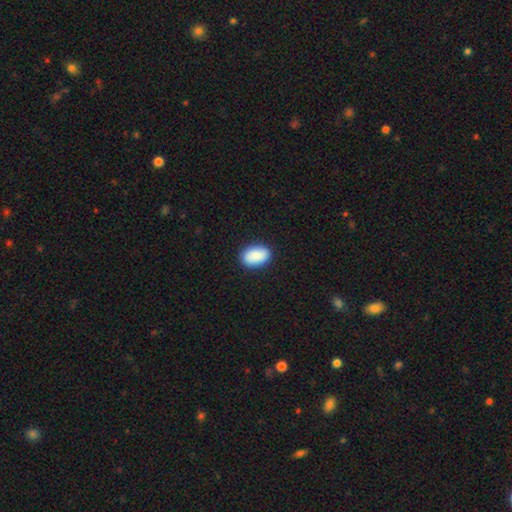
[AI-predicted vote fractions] smooth_or_featured: smooth (p=0.89) [alt: star or artifact p=0.06]
how_rounded: in between (p=0.90) [alt: round p=0.09]
merging: none (p=0.89) [alt: minor disturbance p=0.08]